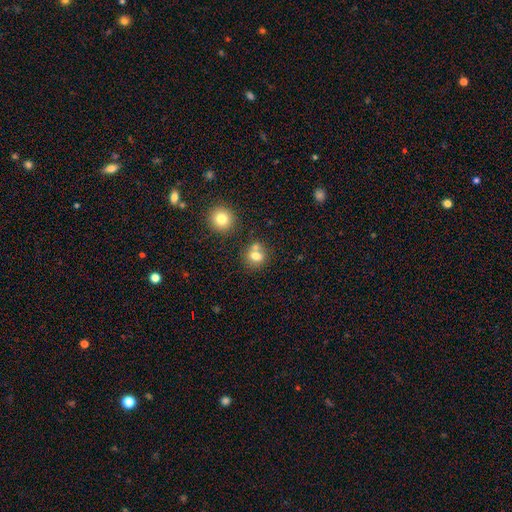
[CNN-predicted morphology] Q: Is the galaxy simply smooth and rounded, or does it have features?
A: smooth — 75%.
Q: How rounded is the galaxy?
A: round — 77%.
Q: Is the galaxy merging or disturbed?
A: none — 57%.